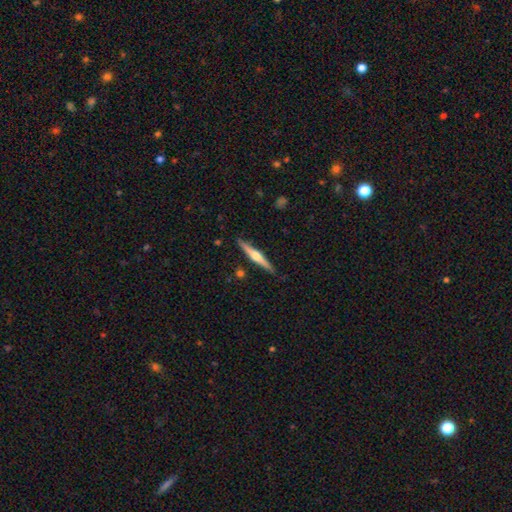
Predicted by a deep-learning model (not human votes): Q: Smooth or featured?
A: featured or disk (68%); runner-up: smooth (27%)
Q: Edge-on disk?
A: yes (98%); runner-up: no (2%)
Q: Edge-on bulge?
A: rounded (89%); runner-up: none (6%)
Q: Merging?
A: none (89%); runner-up: minor disturbance (8%)